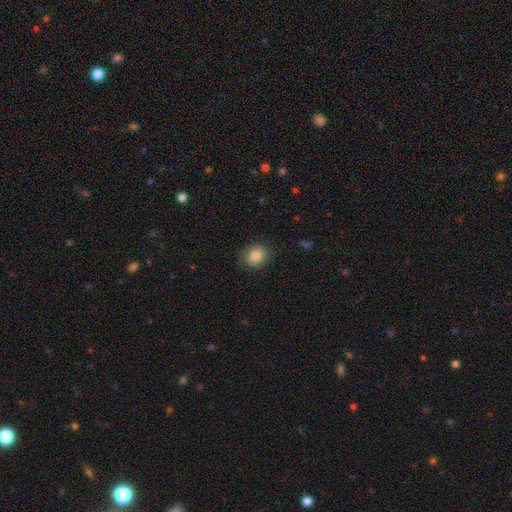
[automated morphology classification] The model was most divided on "how rounded": round: 66%, in between: 33%, cigar-shaped: 1%. More confident: smooth or featured — smooth (83%); merging — none (79%).